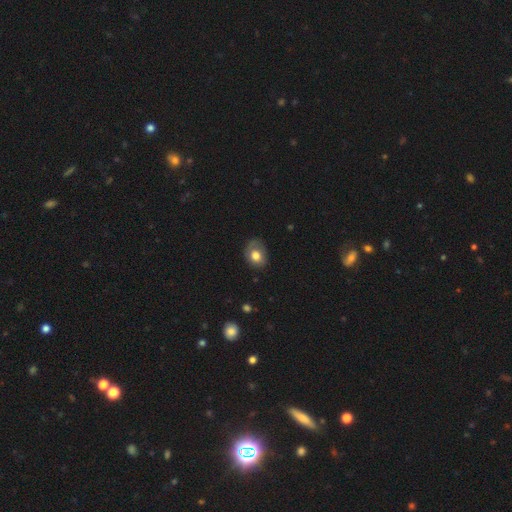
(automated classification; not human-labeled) Smooth or featured?
  - smooth: 71% *
  - featured or disk: 21%
  - star or artifact: 8%
How rounded?
  - in between: 58% *
  - round: 41%
  - cigar-shaped: 1%
Merging?
  - none: 64% *
  - minor disturbance: 26%
  - major disturbance: 9%
  - merger: 1%